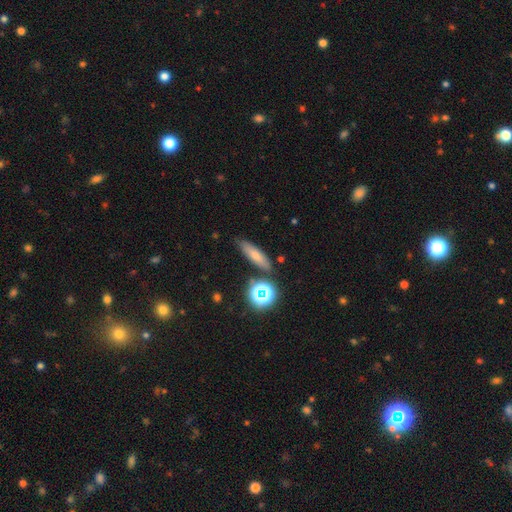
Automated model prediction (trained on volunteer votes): This is likely a smooth galaxy (68%). How rounded: likely cigar-shaped (61%). Merging: likely none (80%).